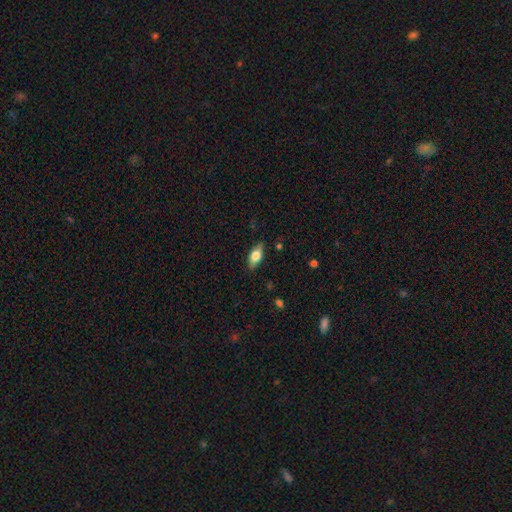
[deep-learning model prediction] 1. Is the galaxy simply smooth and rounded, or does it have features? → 69% smooth, 24% featured or disk, 7% star or artifact.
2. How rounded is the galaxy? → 82% in between, 14% cigar-shaped, 4% round.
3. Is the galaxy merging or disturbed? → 85% none, 12% minor disturbance, 2% major disturbance, 1% merger.